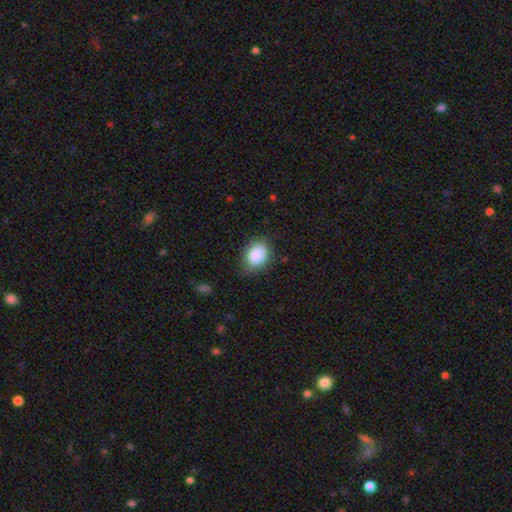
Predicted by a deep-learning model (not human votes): Morphology: type=smooth (88%); roundness=in between (67%); merging=none (77%).